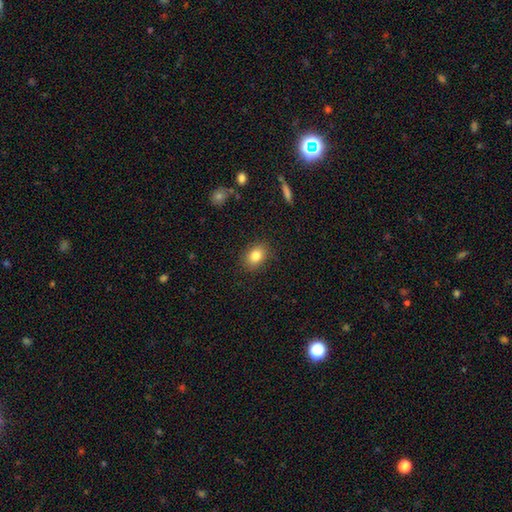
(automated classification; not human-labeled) This is clearly a smooth galaxy (83%). How rounded: likely in between (69%). Merging: clearly none (86%).